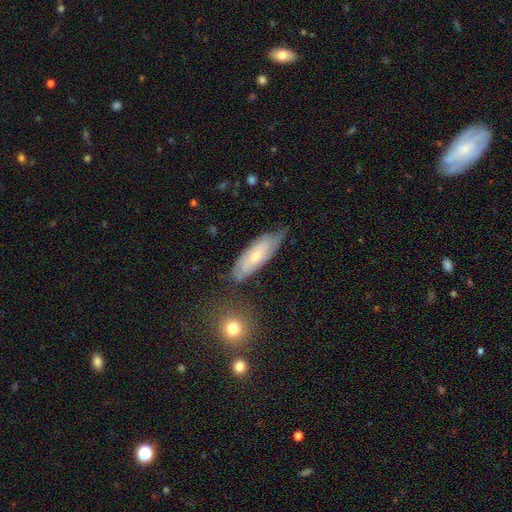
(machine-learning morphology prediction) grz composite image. It shows a featured or disk galaxy (61%) with no bar (68%), spiral arms (82%) and a small central bulge (60%). Merging: none (60%).